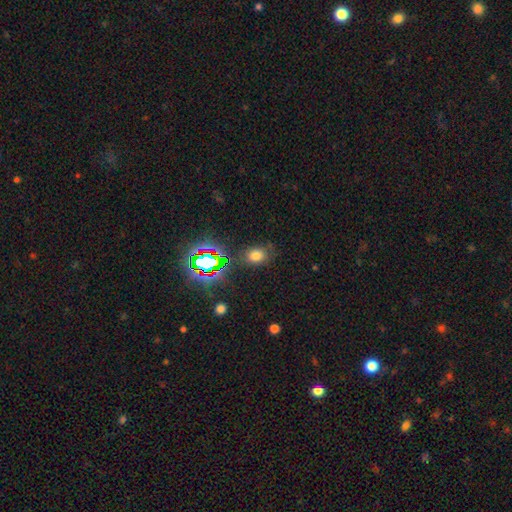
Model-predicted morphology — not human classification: Smooth or featured?
  - smooth: 68% *
  - star or artifact: 24%
  - featured or disk: 8%
How rounded?
  - in between: 64% *
  - round: 34%
  - cigar-shaped: 1%
Merging?
  - none: 79% *
  - minor disturbance: 13%
  - major disturbance: 5%
  - merger: 3%